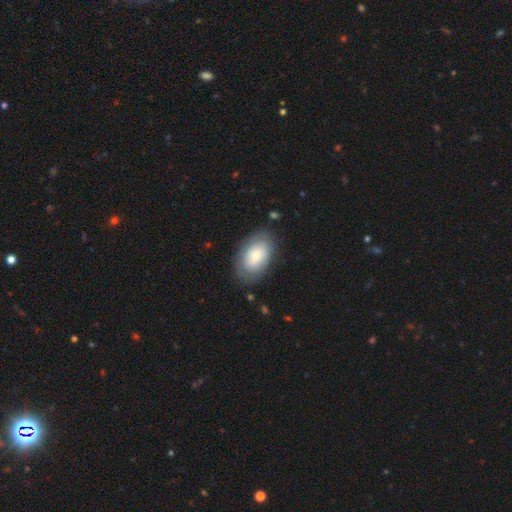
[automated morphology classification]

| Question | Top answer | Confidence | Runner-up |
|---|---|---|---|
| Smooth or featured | smooth | 72% | featured or disk (22%) |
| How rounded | in between | 92% | round (7%) |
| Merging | none | 78% | minor disturbance (15%) |